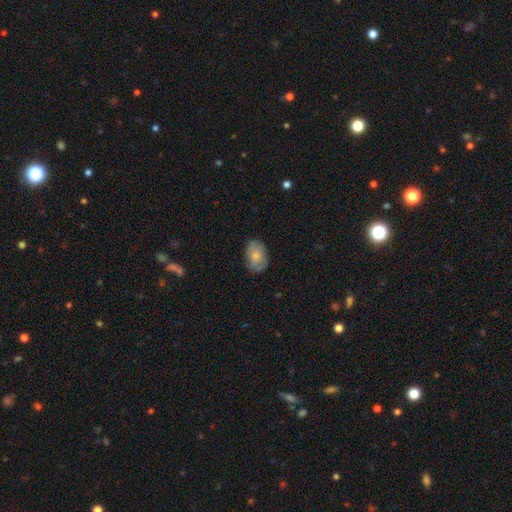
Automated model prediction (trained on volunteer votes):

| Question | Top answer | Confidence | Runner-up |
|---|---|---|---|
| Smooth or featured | smooth | 75% | featured or disk (19%) |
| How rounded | in between | 83% | round (16%) |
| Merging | none | 80% | minor disturbance (15%) |